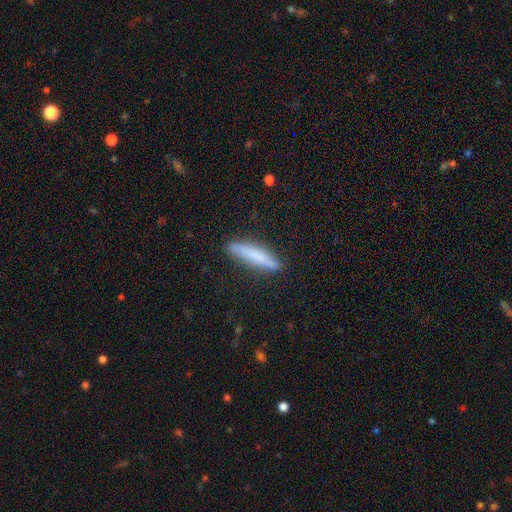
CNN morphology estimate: Smooth or featured?
  - smooth: 71% *
  - featured or disk: 22%
  - star or artifact: 6%
How rounded?
  - cigar-shaped: 91% *
  - in between: 8%
  - round: 1%
Merging?
  - none: 86% *
  - minor disturbance: 11%
  - major disturbance: 2%
  - merger: 1%